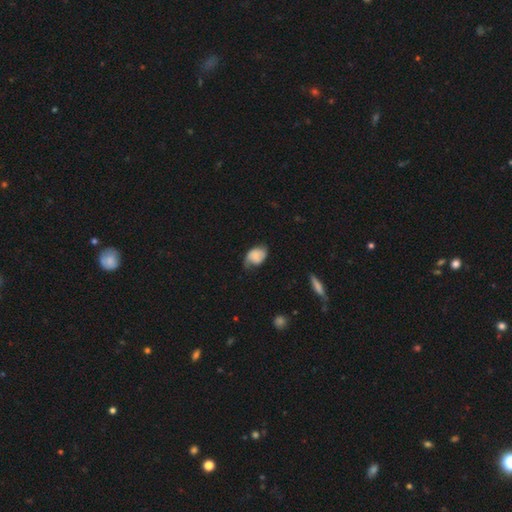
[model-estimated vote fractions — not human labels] smooth-or-featured: smooth: 59% | featured or disk: 33% | star or artifact: 8%
  how-rounded: in between: 78% | round: 21% | cigar-shaped: 1%
  merging: none: 42% | minor disturbance: 40% | major disturbance: 16% | merger: 2%